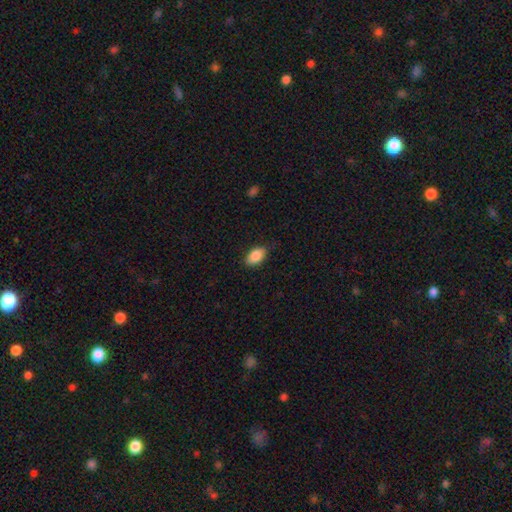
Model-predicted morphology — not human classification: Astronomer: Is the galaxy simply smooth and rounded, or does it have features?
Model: smooth — 87%.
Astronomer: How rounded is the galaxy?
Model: in between — 91%.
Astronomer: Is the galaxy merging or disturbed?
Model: none — 84%.